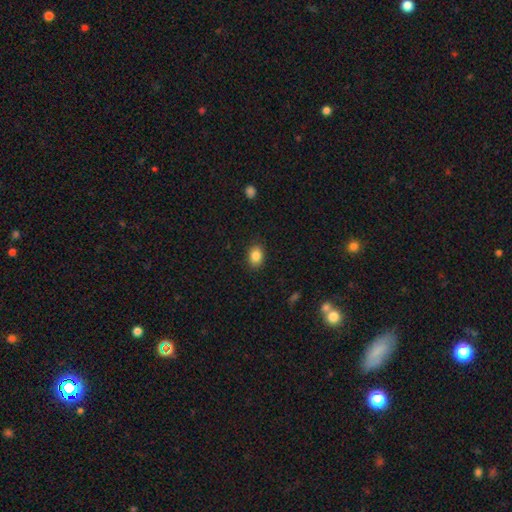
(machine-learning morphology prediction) type=smooth (86%); roundness=in between (68%); merging=none (87%).